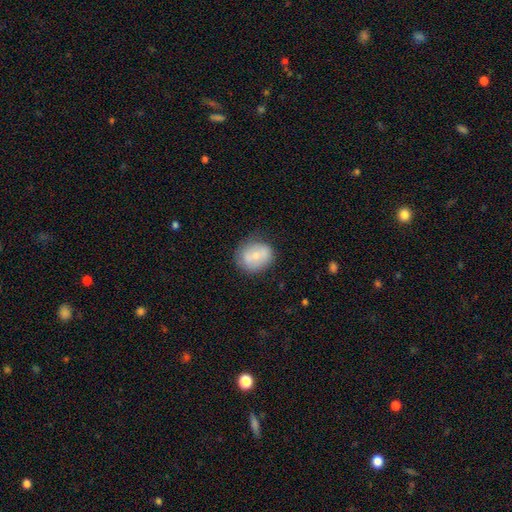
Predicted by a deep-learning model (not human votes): Smooth or featured? Predicted: smooth (p=0.63). How rounded? Predicted: round (p=0.59). Merging? Predicted: none (p=0.72).